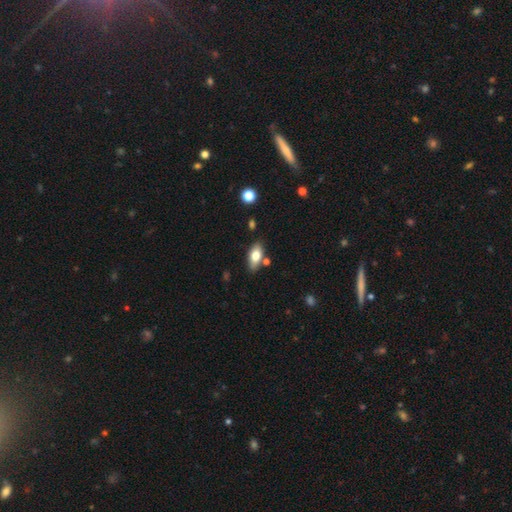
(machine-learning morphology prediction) Smooth or featured: smooth — 73% (featured or disk — 20%)
How rounded: in between — 87% (cigar-shaped — 10%)
Merging: none — 77% (minor disturbance — 13%)